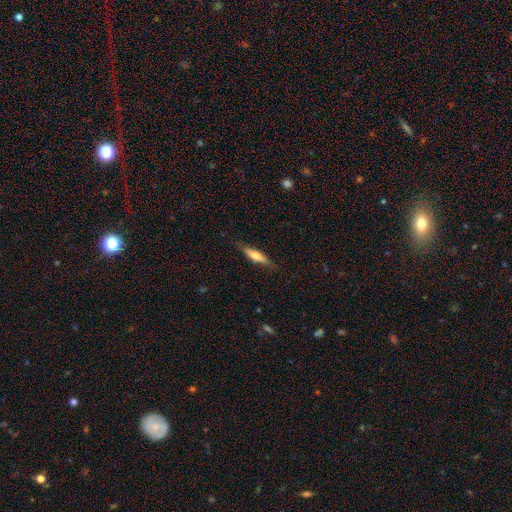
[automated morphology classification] Q: Smooth or featured?
A: smooth (52%); runner-up: featured or disk (42%)
Q: How rounded?
A: cigar-shaped (77%); runner-up: in between (21%)
Q: Merging?
A: none (83%); runner-up: minor disturbance (13%)